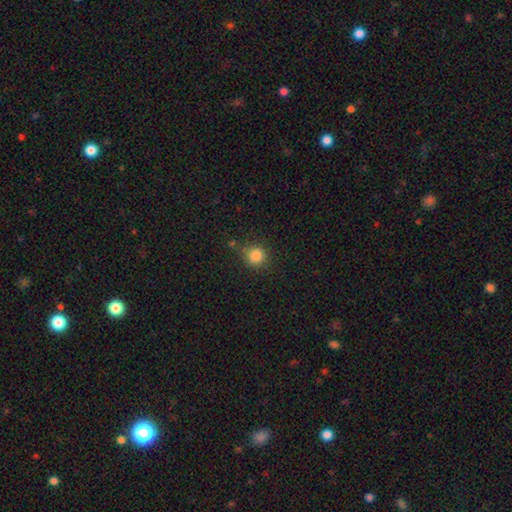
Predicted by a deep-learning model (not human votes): A smooth galaxy with no disk features (83%) that is round (93%). Merging: none (80%).